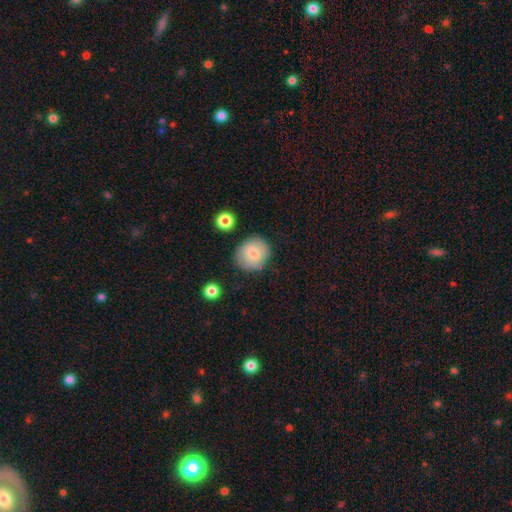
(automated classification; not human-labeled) Smooth or featured? Predicted: smooth (p=0.76). How rounded? Predicted: round (p=0.81). Merging? Predicted: none (p=0.79).